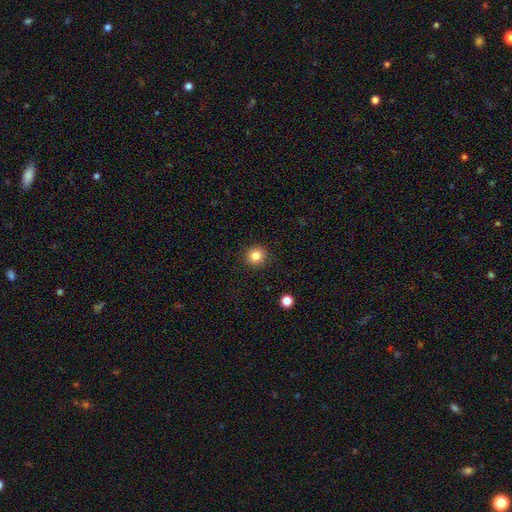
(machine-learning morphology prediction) A smooth galaxy with no disk features (83%) that is round (93%). Merging: none (92%).